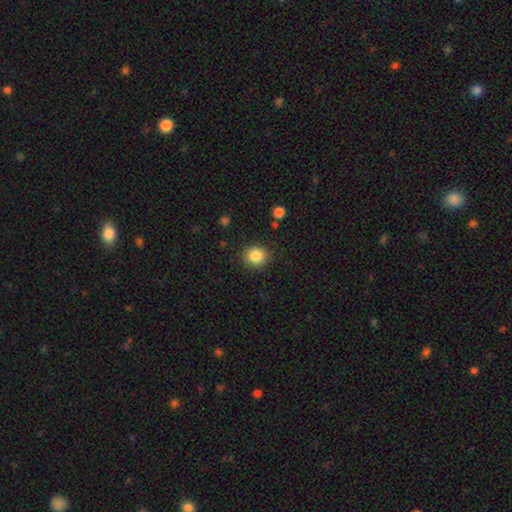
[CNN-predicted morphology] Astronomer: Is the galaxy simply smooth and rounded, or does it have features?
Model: smooth — 85%.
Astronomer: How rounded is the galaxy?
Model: round — 87%.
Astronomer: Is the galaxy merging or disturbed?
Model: none — 88%.